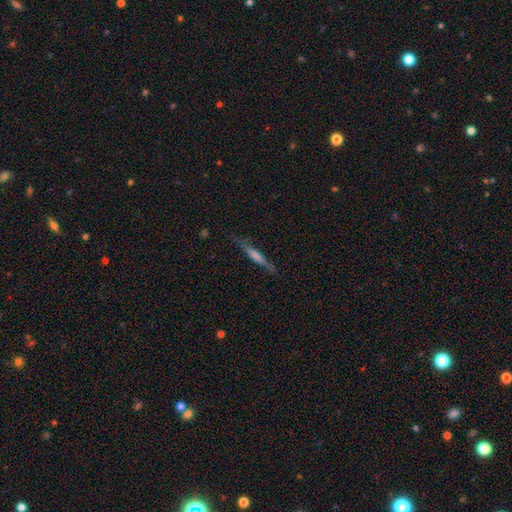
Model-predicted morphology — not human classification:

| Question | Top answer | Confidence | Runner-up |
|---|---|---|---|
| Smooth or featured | featured or disk | 54% | smooth (39%) |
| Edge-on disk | yes | 94% | no (6%) |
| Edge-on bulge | rounded | 37% | none (33%) |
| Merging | none | 80% | minor disturbance (14%) |